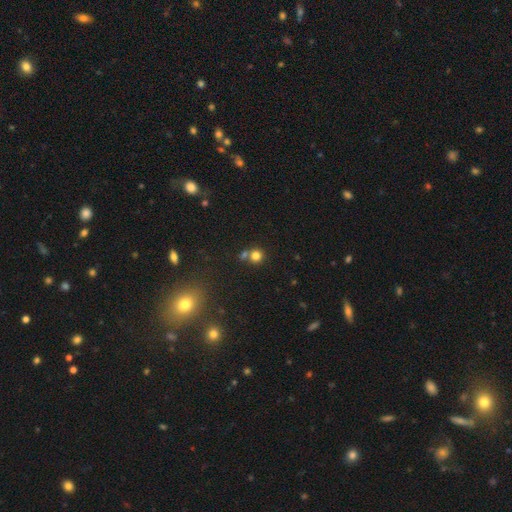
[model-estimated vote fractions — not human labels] The model was most divided on "merging": none: 59%, merger: 30%, minor disturbance: 8%, major disturbance: 3%. More confident: how rounded — round (90%); smooth or featured — smooth (78%).